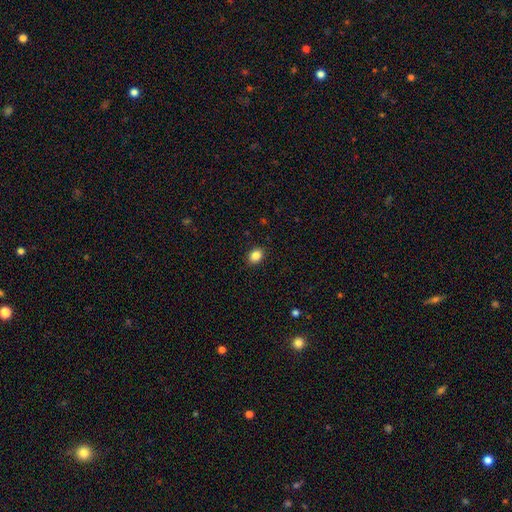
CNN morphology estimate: A smooth galaxy with no disk features (86%) that is in between round and cigar-shaped (61%). Merging: none (89%).